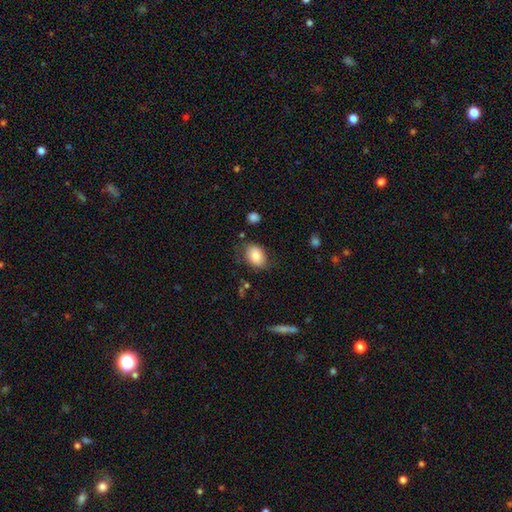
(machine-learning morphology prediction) Q: Smooth or featured?
A: smooth (80%); runner-up: featured or disk (12%)
Q: How rounded?
A: in between (78%); runner-up: round (21%)
Q: Merging?
A: none (71%); runner-up: minor disturbance (20%)